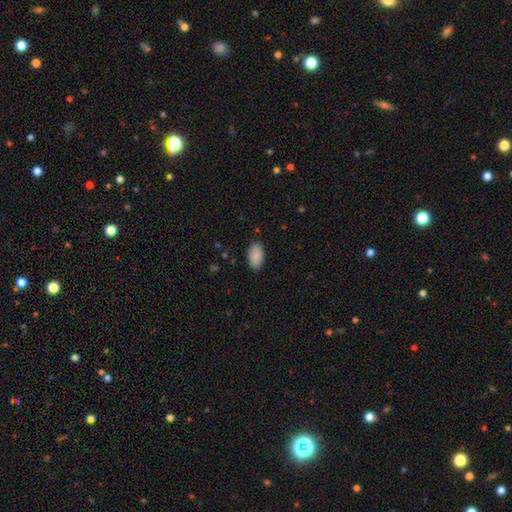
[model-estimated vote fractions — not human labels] smooth 89%, star or artifact 6%, featured or disk 5%. Down the decision tree: how rounded — in between (95%); merging — none (86%).